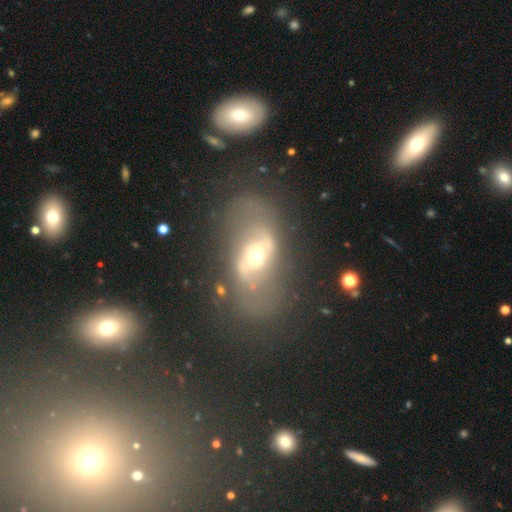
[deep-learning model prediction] This appears to be a featured or disk galaxy (74%) with a weak bar (37%), spiral arms (72%) and a moderate central bulge (64%). Merging: none (65%).